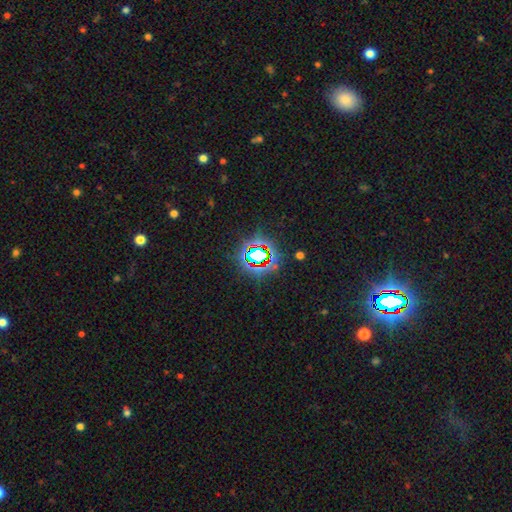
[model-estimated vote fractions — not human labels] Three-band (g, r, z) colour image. It shows a star or artifact, not a galaxy (74%).